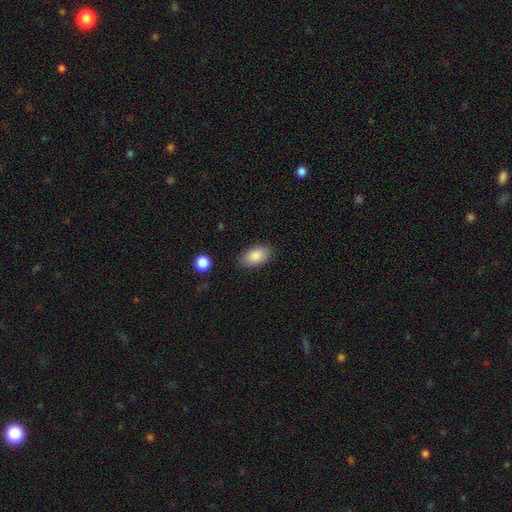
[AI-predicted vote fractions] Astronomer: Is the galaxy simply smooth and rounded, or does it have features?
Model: smooth — 88%.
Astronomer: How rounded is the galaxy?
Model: in between — 93%.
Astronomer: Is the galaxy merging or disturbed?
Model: none — 84%.